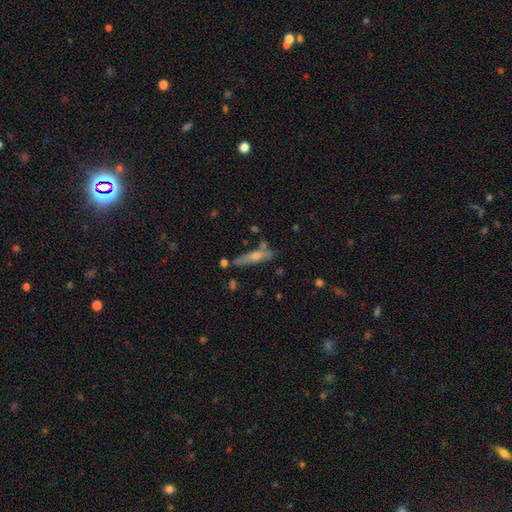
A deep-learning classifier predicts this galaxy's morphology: type=featured or disk (46%); merging=none (66%).